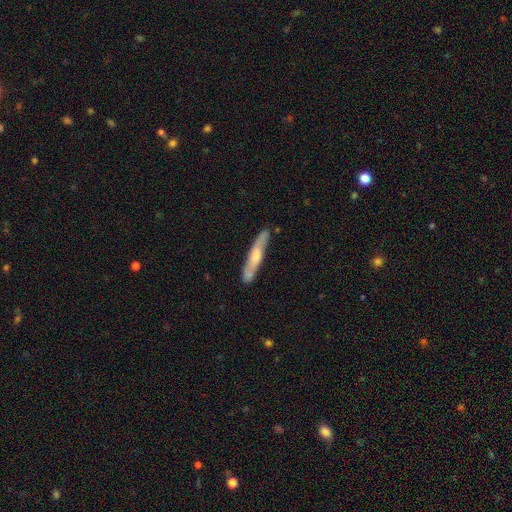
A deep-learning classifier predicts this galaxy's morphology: type=smooth (51%); roundness=cigar-shaped (91%); merging=none (80%).